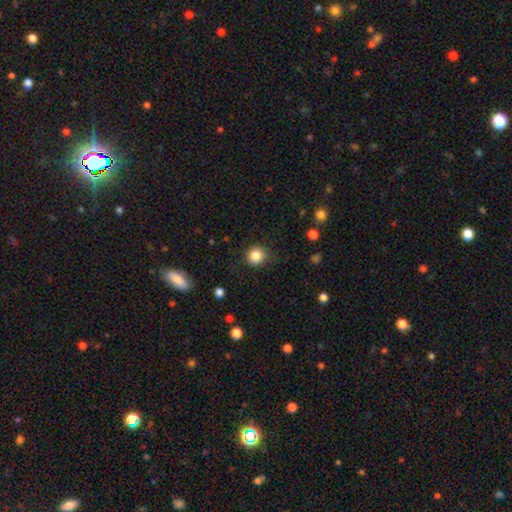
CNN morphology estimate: Overall: smooth (86%). How rounded: round (89%). Merging: none (86%).